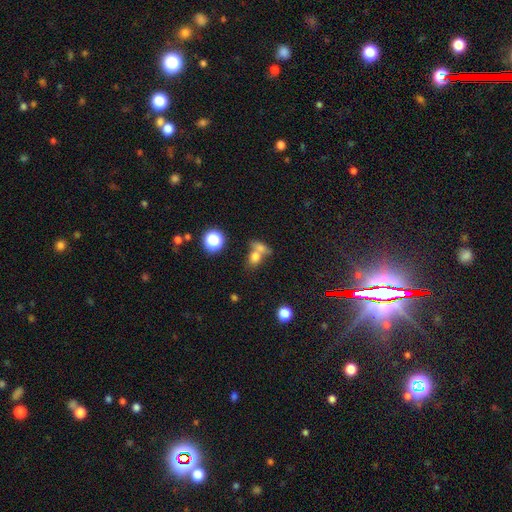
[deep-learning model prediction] Overall: smooth (72%). How rounded: round (48%; in between 47%). Merging: merger (54%; none 34%).